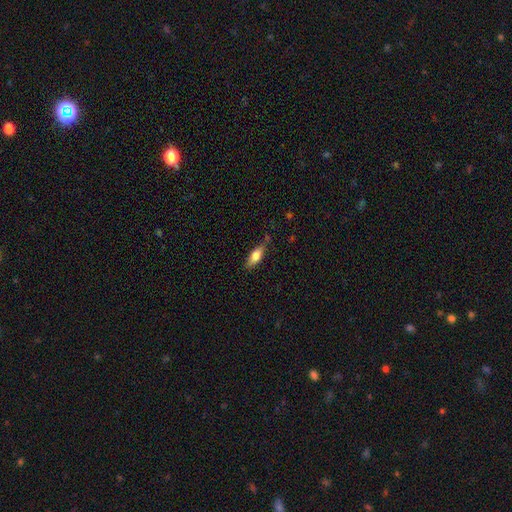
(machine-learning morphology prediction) smooth 70%, featured or disk 23%, star or artifact 7%. Down the decision tree: how rounded — in between (63%); merging — none (72%).